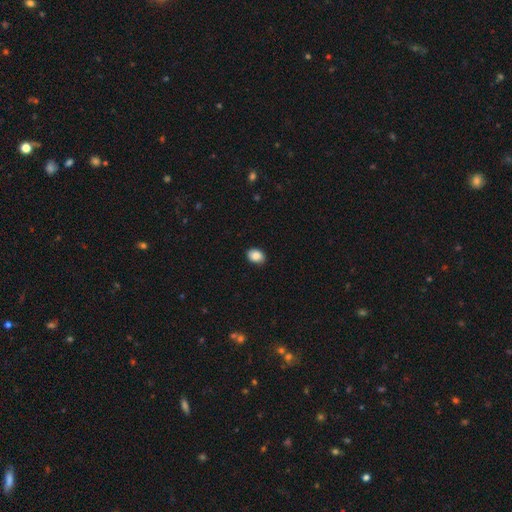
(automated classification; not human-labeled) Smooth or featured?
  - smooth: 88% *
  - star or artifact: 8%
  - featured or disk: 5%
How rounded?
  - in between: 70% *
  - round: 29%
  - cigar-shaped: 1%
Merging?
  - none: 87% *
  - minor disturbance: 10%
  - major disturbance: 2%
  - merger: 1%